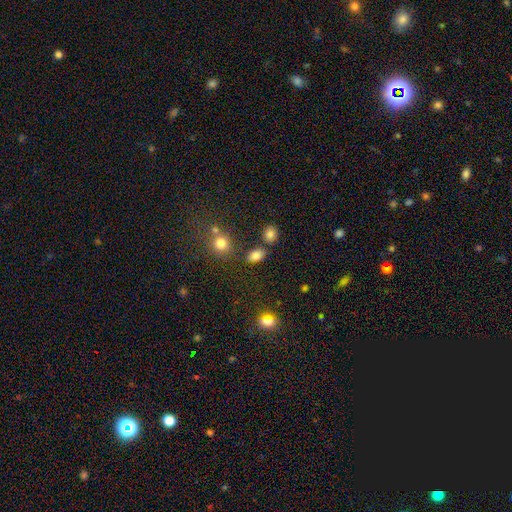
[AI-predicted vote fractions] Smooth or featured? smooth (82%)
How rounded? in between (82%)
Merging? none (76%)